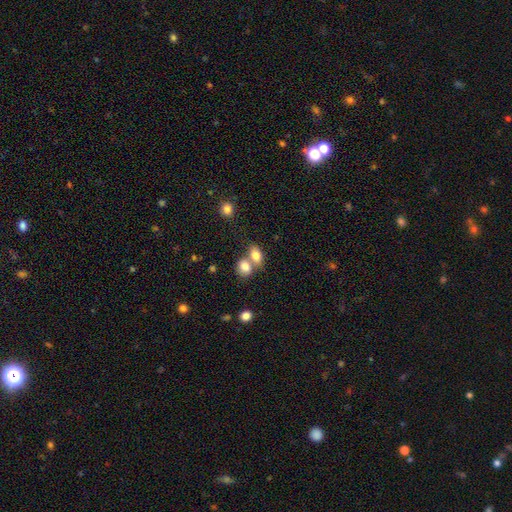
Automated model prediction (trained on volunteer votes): Smooth or featured: smooth — 81% (featured or disk — 11%)
How rounded: in between — 78% (round — 20%)
Merging: merger — 54% (none — 35%)